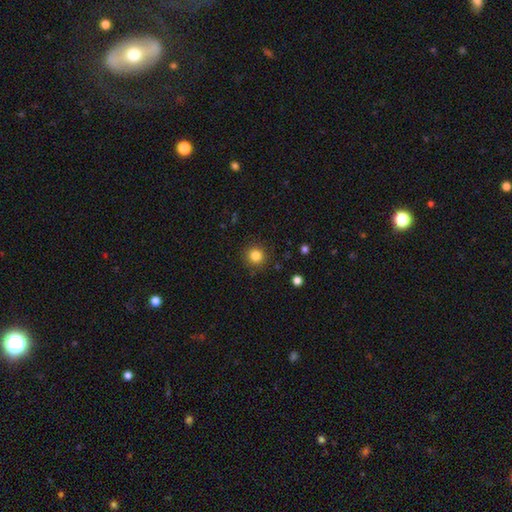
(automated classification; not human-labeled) smooth_or_featured: smooth (p=0.83) [alt: star or artifact p=0.12]
how_rounded: round (p=0.93) [alt: in between p=0.06]
merging: none (p=0.89) [alt: minor disturbance p=0.07]